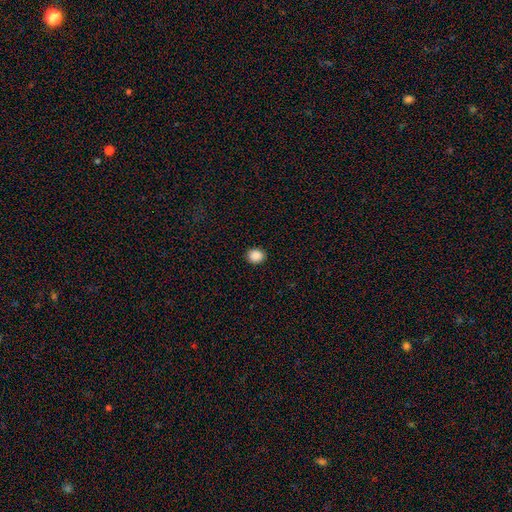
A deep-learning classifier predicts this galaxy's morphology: The model was most divided on "how rounded": round: 72%, in between: 28%, cigar-shaped: 1%. More confident: merging — none (91%); smooth or featured — smooth (89%).